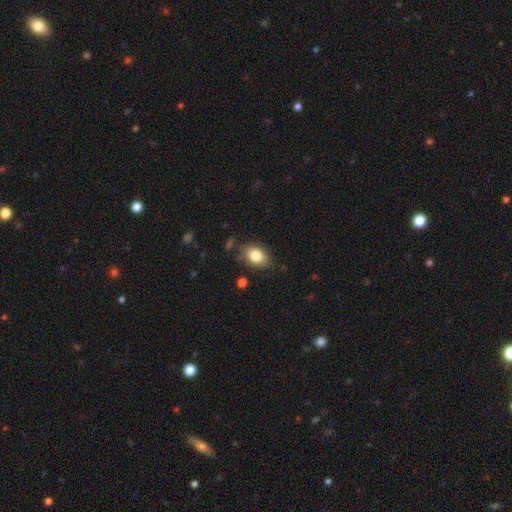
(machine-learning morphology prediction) smooth 82%, featured or disk 10%, star or artifact 9%. Down the decision tree: how rounded — in between (78%); merging — none (77%).